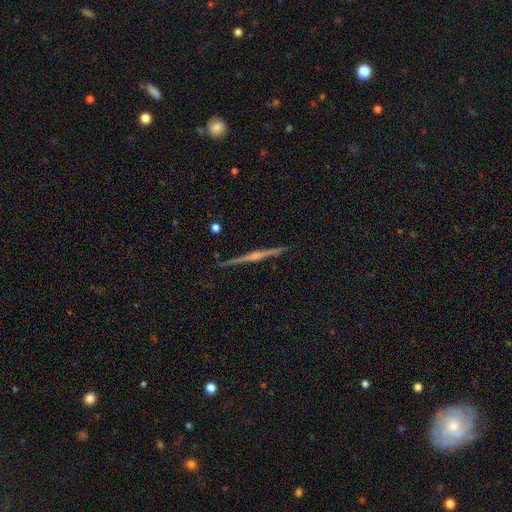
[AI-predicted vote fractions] smooth_or_featured: featured or disk (p=0.83) [alt: smooth p=0.11]
disk_edge_on: yes (p=0.99) [alt: no p=0.01]
edge_on_bulge: rounded (p=0.76) [alt: none p=0.13]
merging: none (p=0.92) [alt: minor disturbance p=0.06]